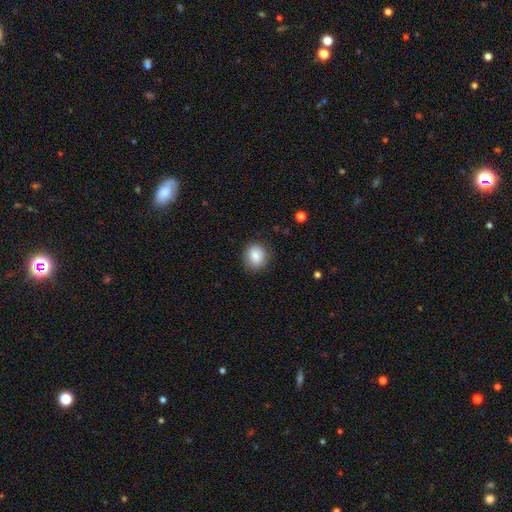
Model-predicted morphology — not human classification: A smooth galaxy with no disk features (85%) that is round (75%). Merging: none (87%).